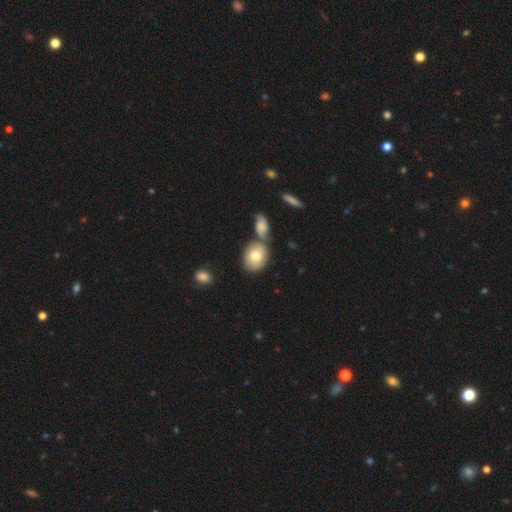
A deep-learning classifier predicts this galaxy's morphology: This appears to be a smooth galaxy with no disk features (76%) that is in between round and cigar-shaped (57%). Merging: none (53%).